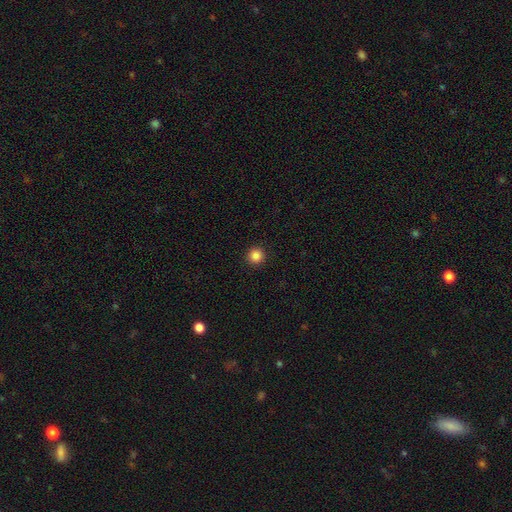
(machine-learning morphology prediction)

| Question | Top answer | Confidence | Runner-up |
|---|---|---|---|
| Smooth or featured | smooth | 85% | star or artifact (11%) |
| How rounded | round | 96% | in between (3%) |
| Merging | none | 93% | minor disturbance (4%) |